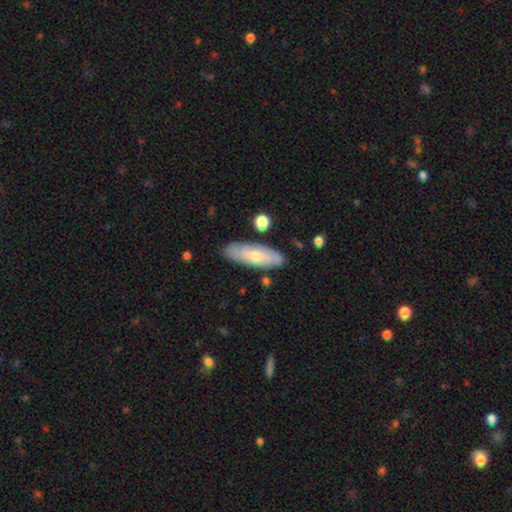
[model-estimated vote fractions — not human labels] Smooth or featured? smooth (61%)
How rounded? in between (58%)
Merging? none (83%)